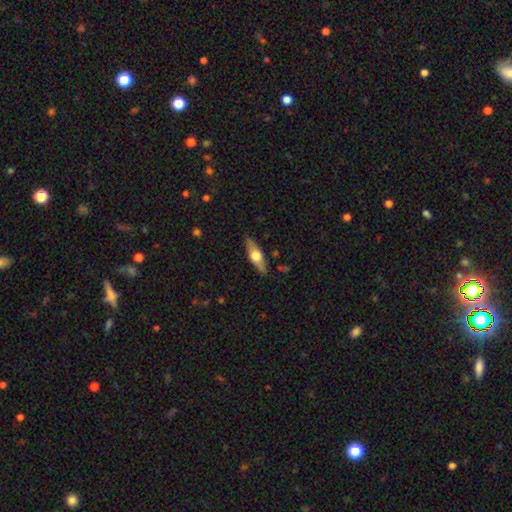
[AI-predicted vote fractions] Smooth or featured?
  - featured or disk: 54% *
  - smooth: 41%
  - star or artifact: 6%
Edge-on disk?
  - yes: 88% *
  - no: 12%
Merging?
  - none: 85% *
  - minor disturbance: 11%
  - major disturbance: 2%
  - merger: 1%